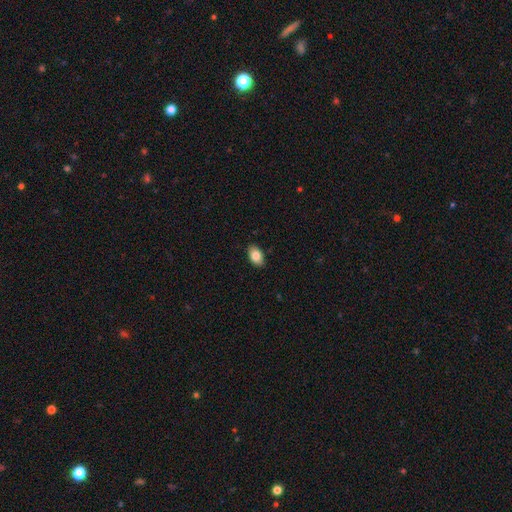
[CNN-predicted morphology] A smooth galaxy with no disk features (84%) that is in between round and cigar-shaped (91%).

Vote fractions:
- Smooth or featured? smooth: 84% / featured or disk: 9% / star or artifact: 7%
- How rounded? in between: 91% / round: 7% / cigar-shaped: 2%
- Merging? none: 88% / minor disturbance: 10% / major disturbance: 2% / merger: 1%